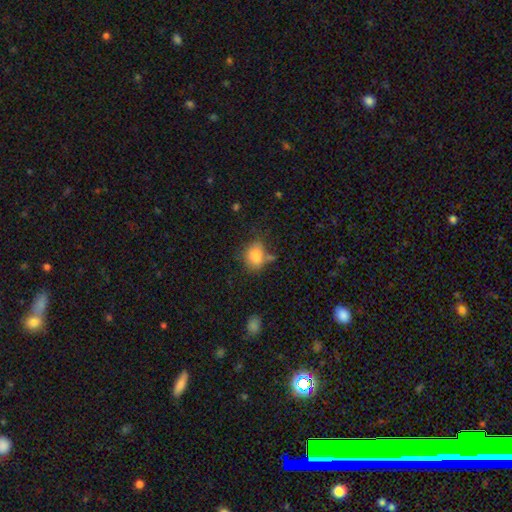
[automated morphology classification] Smooth or featured? smooth (81%)
How rounded? in between (59%)
Merging? none (58%)